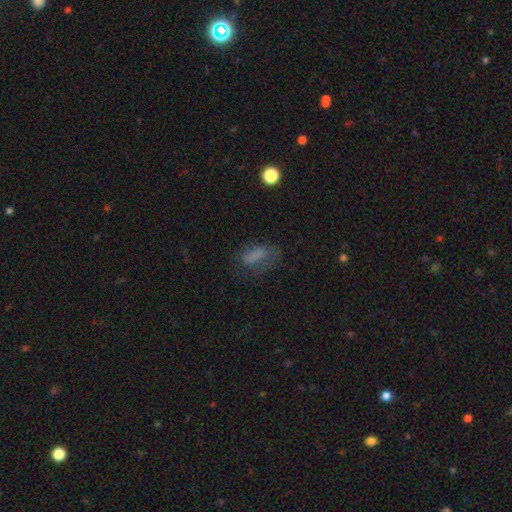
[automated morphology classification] Smooth or featured? smooth (69%)
How rounded? in between (73%)
Merging? none (52%)